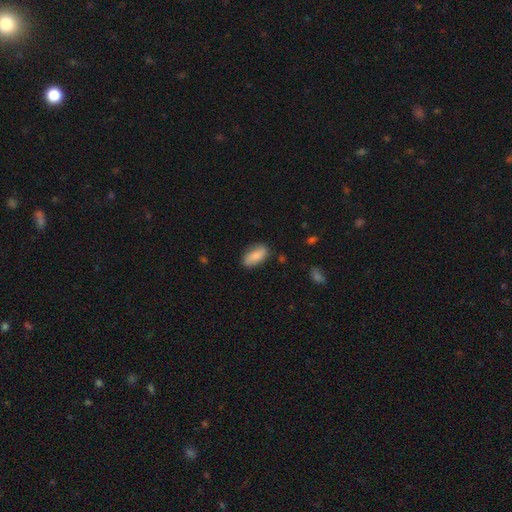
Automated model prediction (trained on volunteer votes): smooth_or_featured: smooth (p=0.81) [alt: featured or disk p=0.13]
how_rounded: in between (p=0.87) [alt: cigar-shaped p=0.11]
merging: none (p=0.80) [alt: minor disturbance p=0.16]